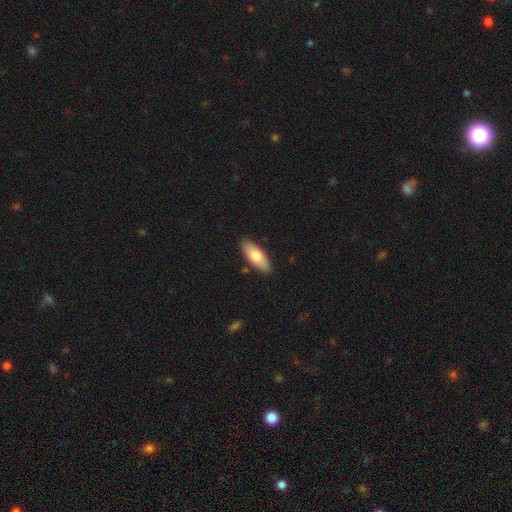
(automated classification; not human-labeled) A smooth galaxy with no disk features (76%) that is in between round and cigar-shaped (72%). Merging: none (86%).